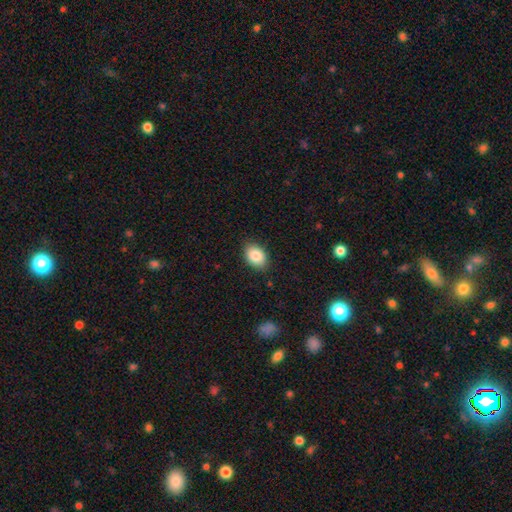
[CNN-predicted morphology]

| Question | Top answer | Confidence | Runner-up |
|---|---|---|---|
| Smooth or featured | smooth | 86% | star or artifact (8%) |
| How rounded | in between | 79% | round (20%) |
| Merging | none | 85% | minor disturbance (11%) |